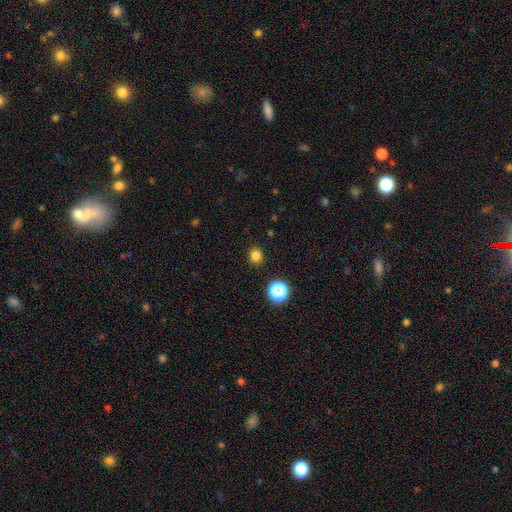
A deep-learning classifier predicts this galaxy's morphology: smooth_or_featured: smooth (p=0.80) [alt: star or artifact p=0.16]
how_rounded: round (p=0.80) [alt: in between p=0.19]
merging: none (p=0.90) [alt: minor disturbance p=0.07]